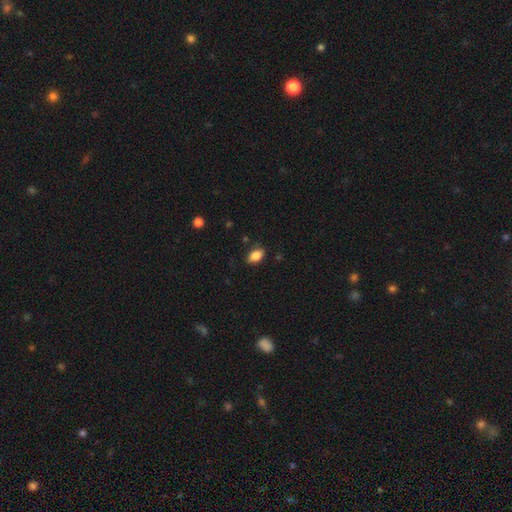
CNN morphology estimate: The model was most divided on "merging": none: 81%, minor disturbance: 14%, major disturbance: 3%, merger: 1%. More confident: how rounded — in between (89%); smooth or featured — smooth (86%).